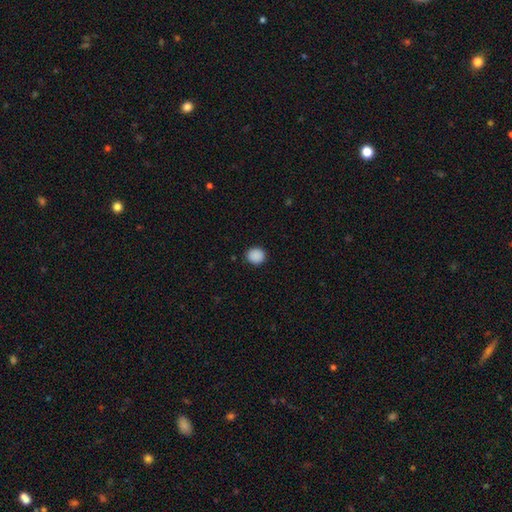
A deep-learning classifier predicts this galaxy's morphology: This is clearly a smooth galaxy (89%). How rounded: clearly round (84%). Merging: clearly none (90%).